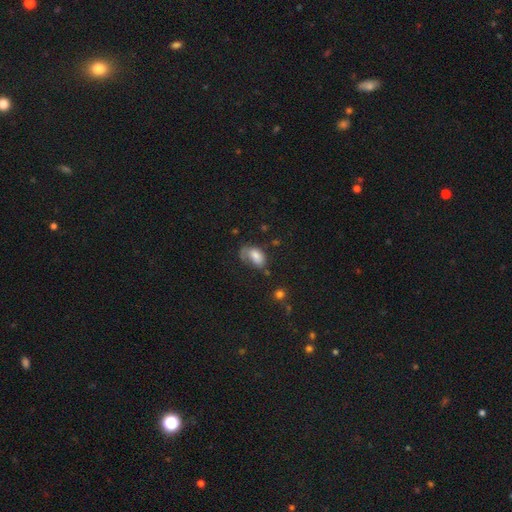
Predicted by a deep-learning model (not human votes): This appears to be a smooth galaxy with no disk features (74%) that is in between round and cigar-shaped (90%). Merging: none (36%).